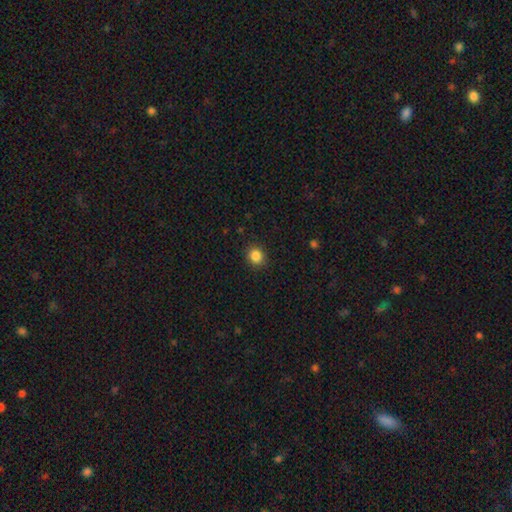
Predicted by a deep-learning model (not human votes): A smooth galaxy with no disk features (86%) that is round (83%). Merging: none (89%).